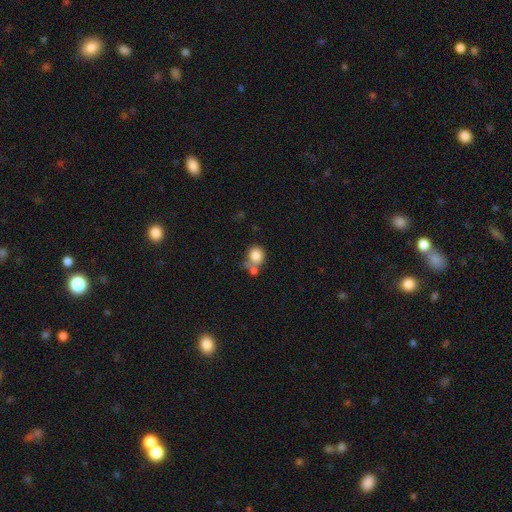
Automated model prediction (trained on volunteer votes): Smooth or featured? smooth (82%)
How rounded? round (82%)
Merging? none (46%)